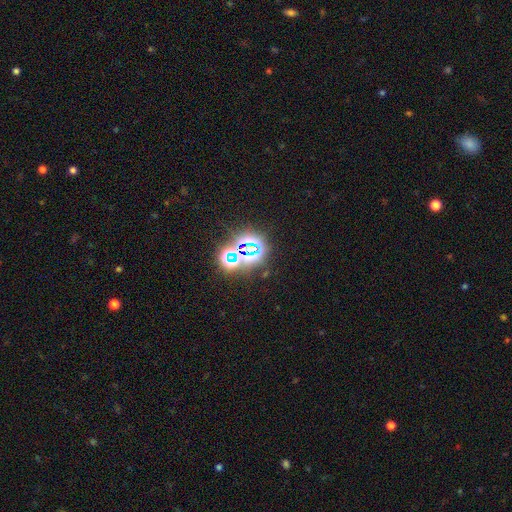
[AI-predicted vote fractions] Q: Smooth or featured?
A: star or artifact (75%); runner-up: smooth (16%)